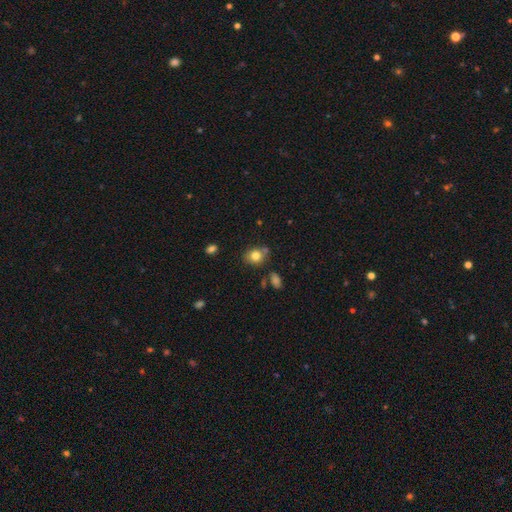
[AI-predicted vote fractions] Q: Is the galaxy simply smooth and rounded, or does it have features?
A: smooth — 80%.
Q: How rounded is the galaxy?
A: round — 65%.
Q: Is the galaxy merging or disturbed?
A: none — 70%.